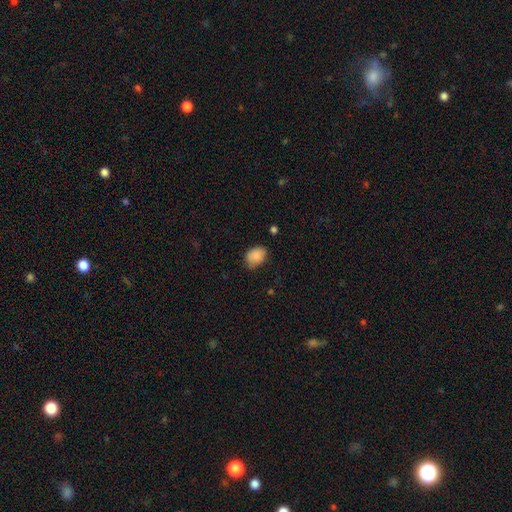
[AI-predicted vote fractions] smooth 87%, star or artifact 8%, featured or disk 6%. Down the decision tree: how rounded — in between (73%); merging — none (71%).